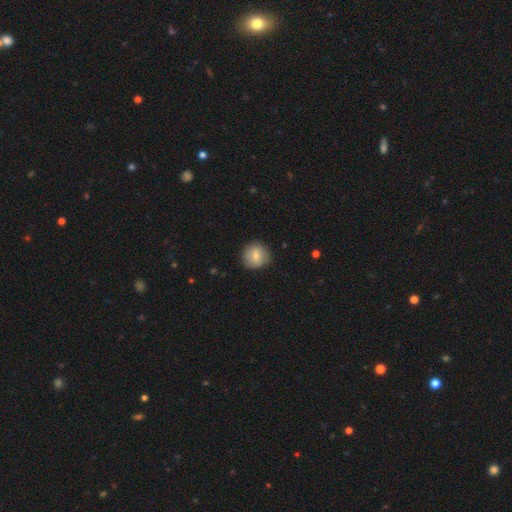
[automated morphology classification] Smooth or featured: smooth — 73% (featured or disk — 20%)
How rounded: round — 92% (in between — 7%)
Merging: none — 85% (minor disturbance — 11%)